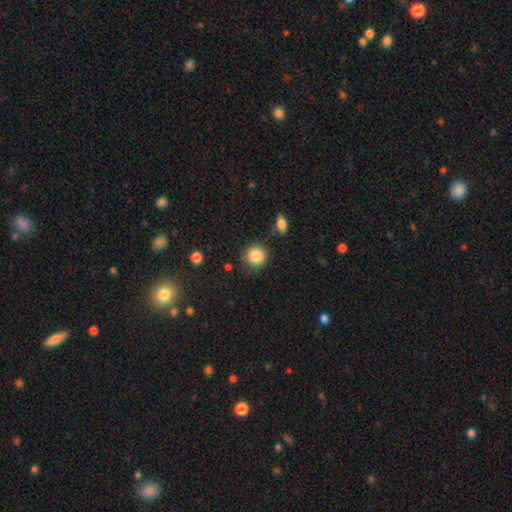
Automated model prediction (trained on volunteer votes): The model was most divided on "merging": none: 84%, minor disturbance: 10%, major disturbance: 3%, merger: 3%. More confident: how rounded — round (91%); smooth or featured — smooth (86%).